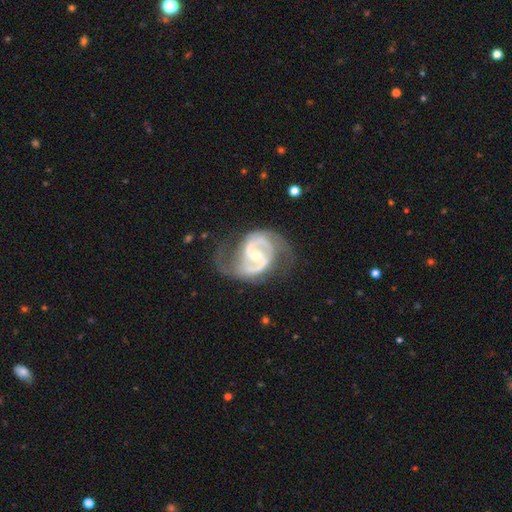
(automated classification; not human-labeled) This is clearly a featured or disk galaxy (92%). It is clearly not viewed edge-on (98%). Bar: possibly weak (48%). Spiral arm pattern: clearly yes (98%). Spiral arm count: clearly 2 (90%). Spiral winding: possibly medium (58%). Central bulge: possibly moderate (52%). Merging: likely none (64%).